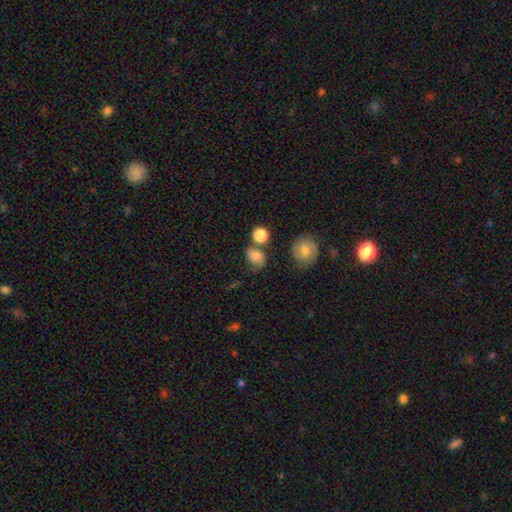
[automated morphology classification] This appears to be a smooth galaxy with no disk features (79%) that is round (54%). Merging: none (55%).